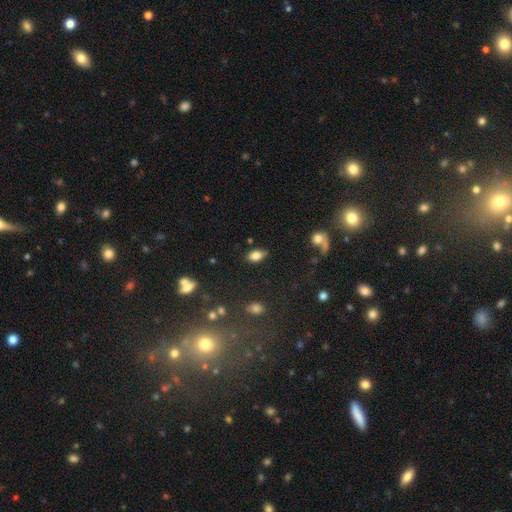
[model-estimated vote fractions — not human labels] The model was most divided on "merging": none: 77%, minor disturbance: 16%, major disturbance: 4%, merger: 3%. More confident: how rounded — in between (87%); smooth or featured — smooth (78%).